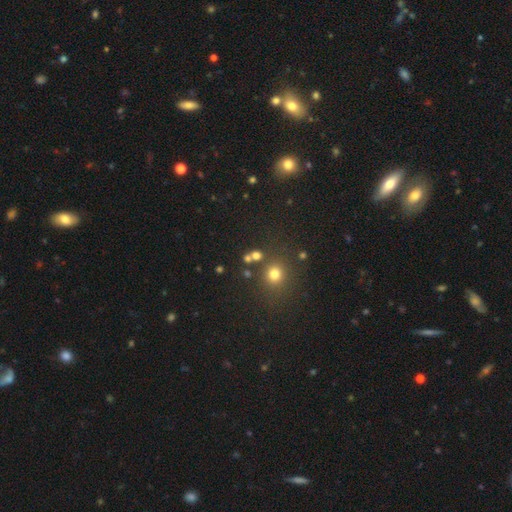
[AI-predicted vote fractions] The model was most divided on "smooth or featured": smooth: 69%, star or artifact: 23%, featured or disk: 8%. More confident: how rounded — round (80%); merging — none (68%).